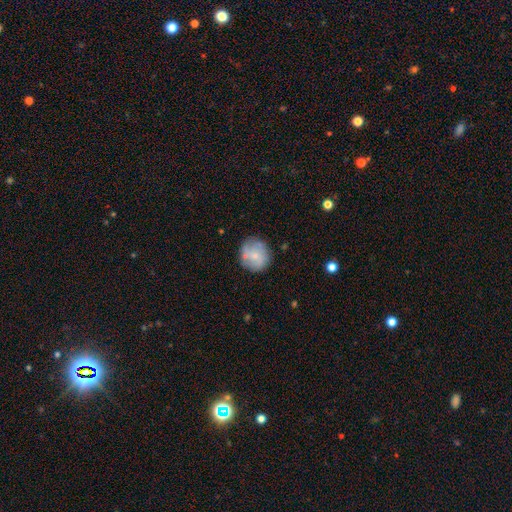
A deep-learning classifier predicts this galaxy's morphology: Smooth or featured?
  - smooth: 53% *
  - featured or disk: 40%
  - star or artifact: 7%
How rounded?
  - round: 87% *
  - in between: 12%
  - cigar-shaped: 1%
Merging?
  - none: 75% *
  - minor disturbance: 16%
  - major disturbance: 5%
  - merger: 4%